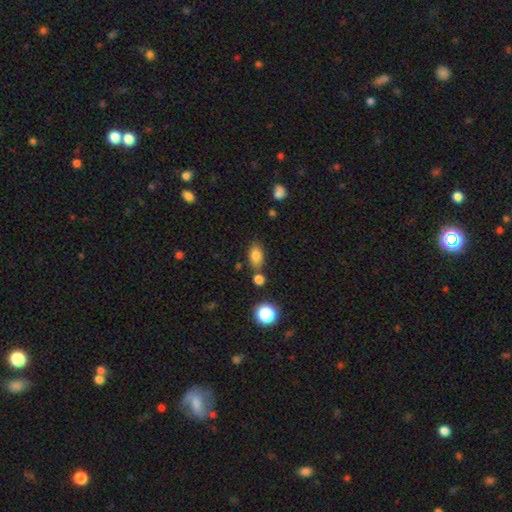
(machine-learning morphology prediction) smooth-or-featured: smooth: 81% | star or artifact: 11% | featured or disk: 8%
  how-rounded: in between: 86% | round: 11% | cigar-shaped: 3%
  merging: none: 70% | minor disturbance: 14% | merger: 12% | major disturbance: 4%